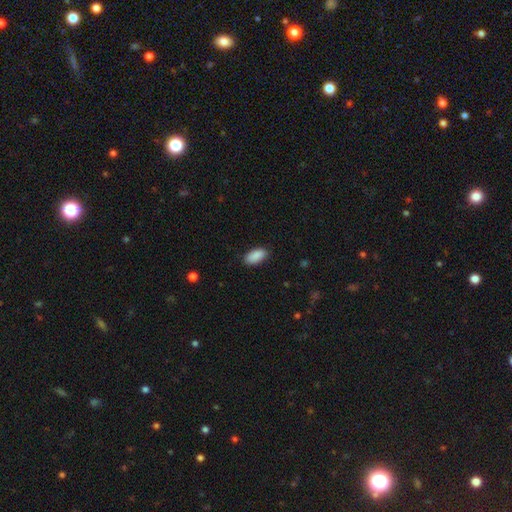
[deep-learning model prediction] smooth_or_featured: smooth (p=0.90) [alt: star or artifact p=0.06]
how_rounded: in between (p=0.92) [alt: cigar-shaped p=0.06]
merging: none (p=0.86) [alt: minor disturbance p=0.11]